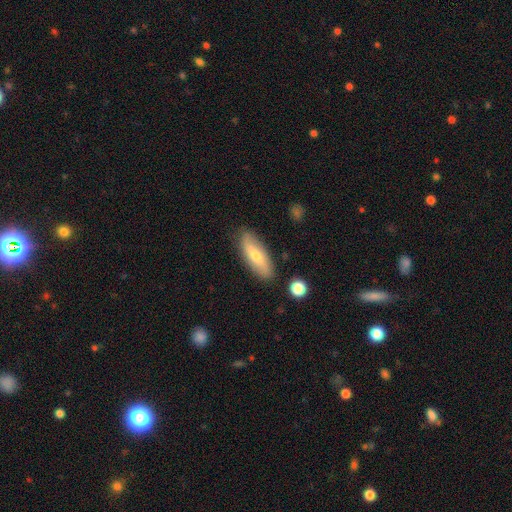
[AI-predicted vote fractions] Overall: smooth (58%; featured or disk 36%). How rounded: in between (58%; cigar-shaped 39%). Merging: none (83%).